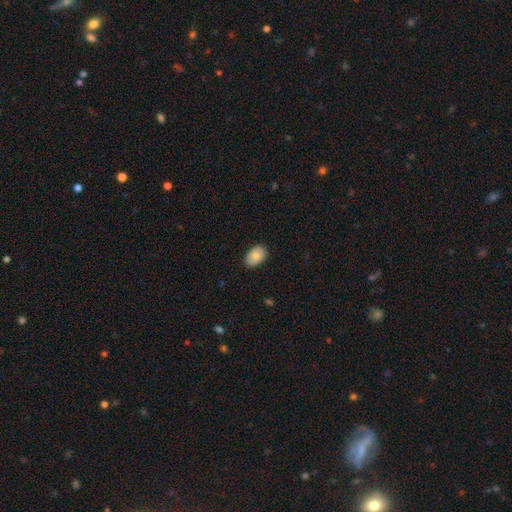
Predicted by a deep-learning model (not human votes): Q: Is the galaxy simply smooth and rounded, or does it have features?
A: smooth — 86%.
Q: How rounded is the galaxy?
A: in between — 89%.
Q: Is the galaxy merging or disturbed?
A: none — 85%.